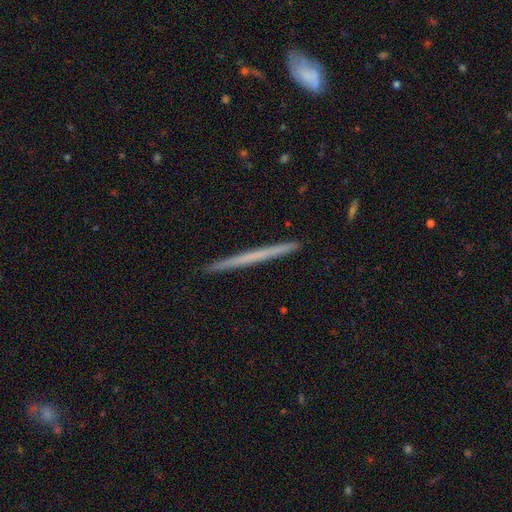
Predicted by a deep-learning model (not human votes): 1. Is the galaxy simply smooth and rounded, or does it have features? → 51% featured or disk, 43% smooth, 6% star or artifact.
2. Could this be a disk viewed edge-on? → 98% yes, 2% no.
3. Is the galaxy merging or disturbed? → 92% none, 5% minor disturbance, 1% major disturbance, 1% merger.